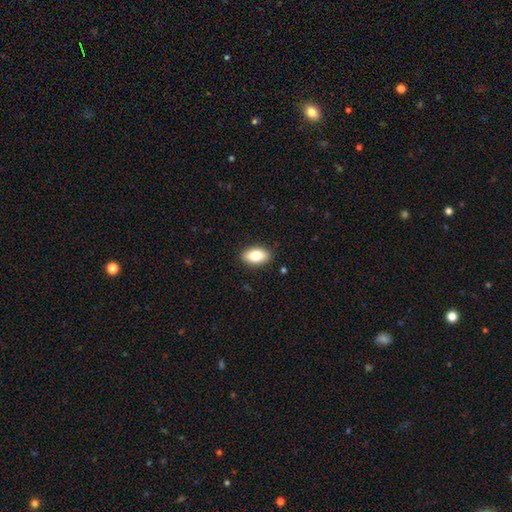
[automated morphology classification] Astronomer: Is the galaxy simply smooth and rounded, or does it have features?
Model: smooth — 82%.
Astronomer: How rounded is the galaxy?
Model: in between — 91%.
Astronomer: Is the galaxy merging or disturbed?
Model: none — 89%.